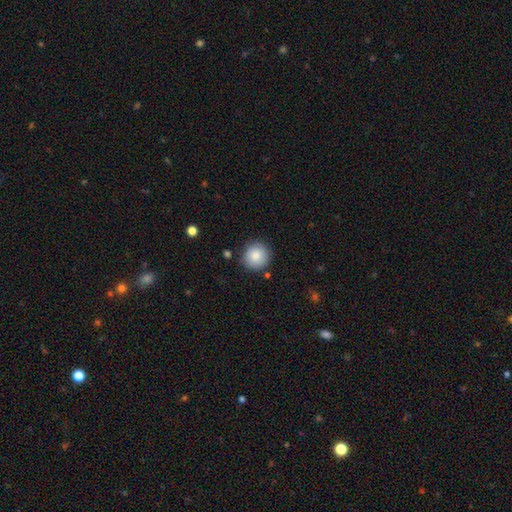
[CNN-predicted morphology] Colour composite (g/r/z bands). It shows a smooth galaxy with no disk features (85%) that is round (94%). Merging: none (86%).